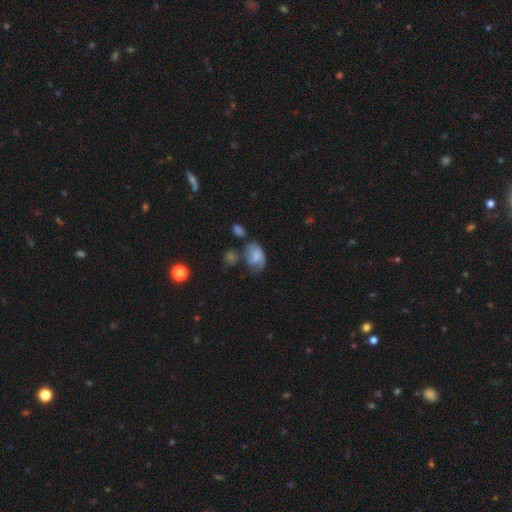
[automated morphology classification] Smooth or featured?
  - smooth: 62% *
  - featured or disk: 30%
  - star or artifact: 9%
How rounded?
  - in between: 82% *
  - round: 17%
  - cigar-shaped: 1%
Merging?
  - none: 31% *
  - minor disturbance: 29%
  - major disturbance: 28%
  - merger: 11%